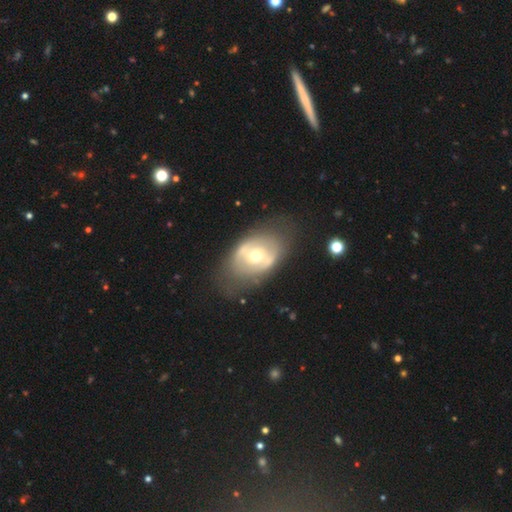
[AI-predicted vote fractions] Overall: featured or disk (62%; smooth 32%). Edge-on disk: no (93%). Bar: no (52%; weak 30%). Spiral arms: no (69%; yes 31%). Bulge size: moderate (64%; small 27%). Merging: none (67%).